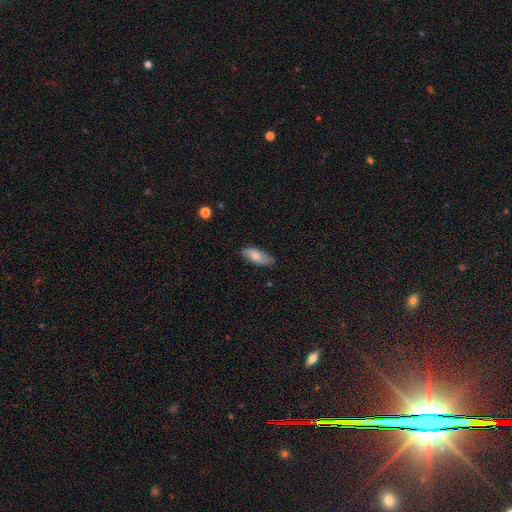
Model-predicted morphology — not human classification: A smooth galaxy with no disk features (80%) that is in between round and cigar-shaped (82%).

Vote fractions:
- Smooth or featured? smooth: 80% / featured or disk: 14% / star or artifact: 6%
- How rounded? in between: 82% / cigar-shaped: 16% / round: 2%
- Merging? none: 78% / minor disturbance: 18% / major disturbance: 3% / merger: 1%